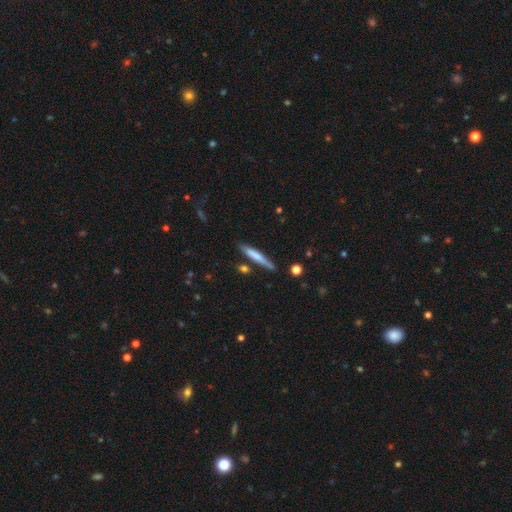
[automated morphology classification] A smooth galaxy with no disk features (64%) that is cigar-shaped (94%).

Vote fractions:
- Smooth or featured? smooth: 64% / featured or disk: 30% / star or artifact: 6%
- How rounded? cigar-shaped: 94% / in between: 4% / round: 1%
- Merging? none: 80% / minor disturbance: 13% / merger: 5% / major disturbance: 3%